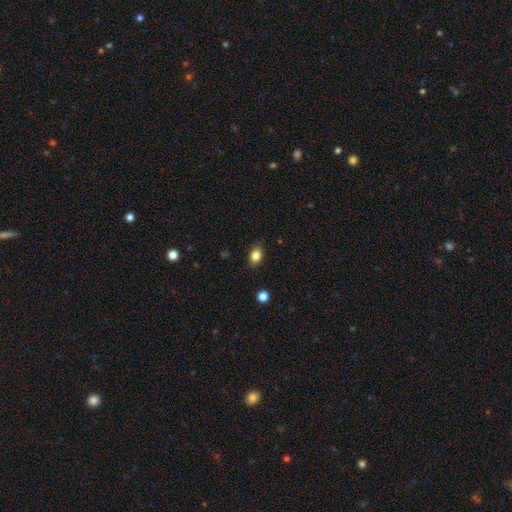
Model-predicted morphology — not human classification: The model was most divided on "how rounded": in between: 74%, round: 24%, cigar-shaped: 2%. More confident: merging — none (86%); smooth or featured — smooth (84%).